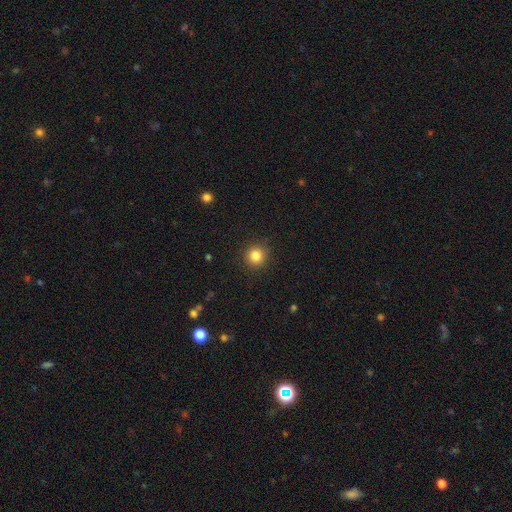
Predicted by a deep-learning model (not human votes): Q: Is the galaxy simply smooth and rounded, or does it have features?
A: smooth — 84%.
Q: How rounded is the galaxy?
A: round — 93%.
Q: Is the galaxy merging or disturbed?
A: none — 91%.